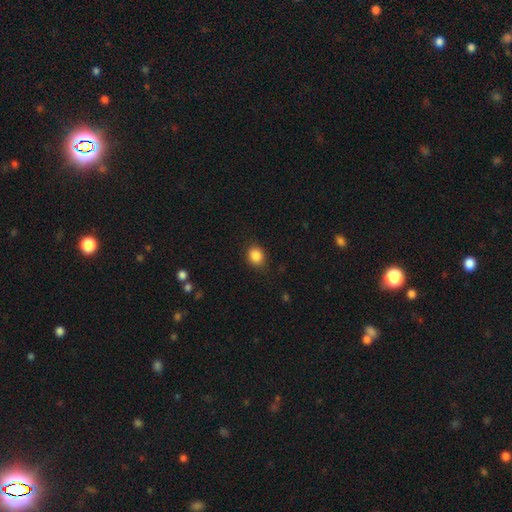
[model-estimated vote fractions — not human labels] Morphology: type=smooth (86%); roundness=round (62%); merging=none (85%).